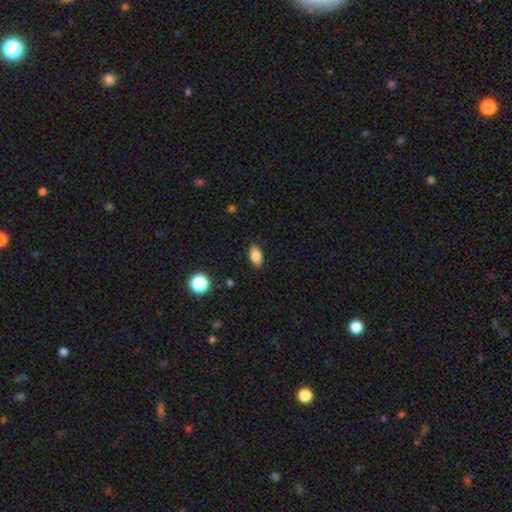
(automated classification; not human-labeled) Morphology: type=smooth (84%); roundness=in between (90%); merging=none (88%).